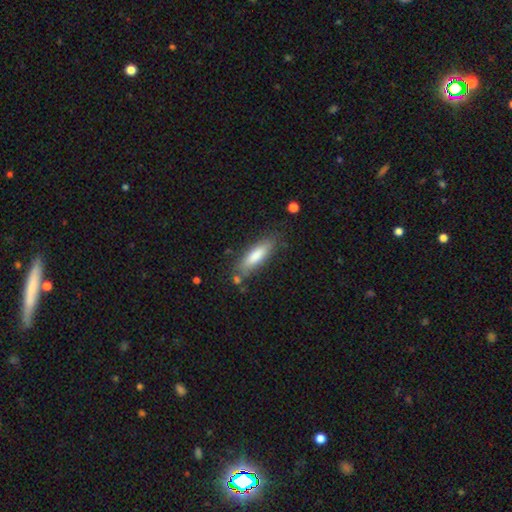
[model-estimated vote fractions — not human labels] This appears to be a smooth galaxy with no disk features (78%) that is cigar-shaped (54%). Merging: none (76%).